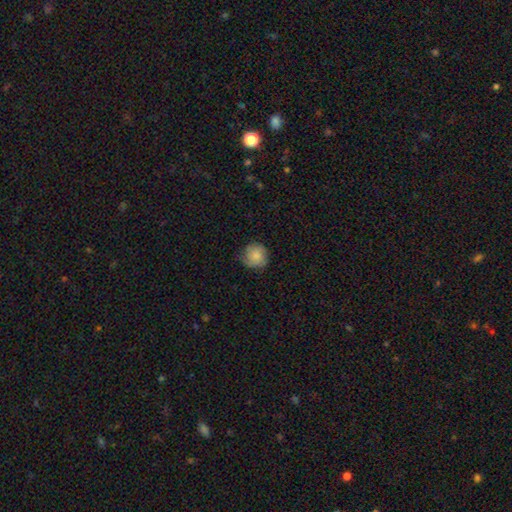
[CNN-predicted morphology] smooth-or-featured: smooth: 64% | featured or disk: 28% | star or artifact: 8%
  how-rounded: round: 88% | in between: 11% | cigar-shaped: 1%
  merging: none: 70% | minor disturbance: 23% | major disturbance: 7% | merger: 1%